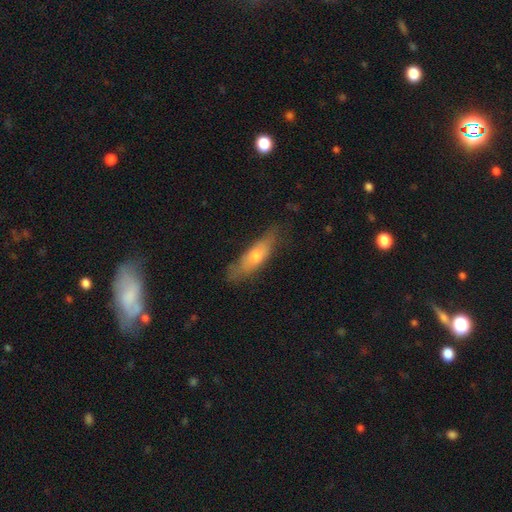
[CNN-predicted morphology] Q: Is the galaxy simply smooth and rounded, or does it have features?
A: smooth — 56%.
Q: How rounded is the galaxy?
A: cigar-shaped — 57%.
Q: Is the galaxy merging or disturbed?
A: none — 65%.